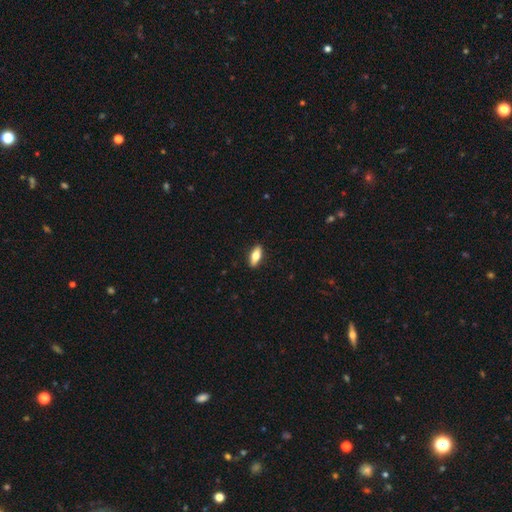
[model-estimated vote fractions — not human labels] smooth 71%, featured or disk 23%, star or artifact 6%. Down the decision tree: how rounded — in between (75%); merging — none (90%).